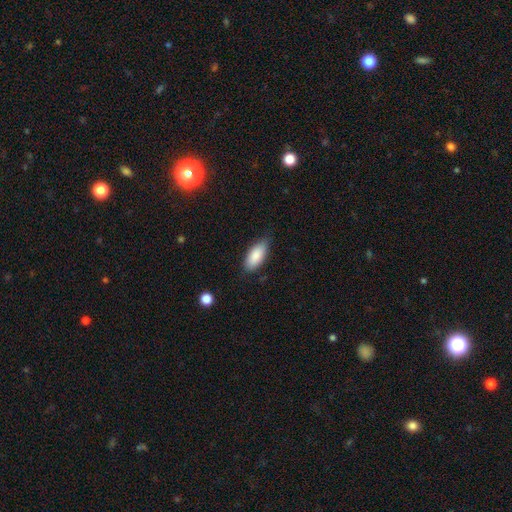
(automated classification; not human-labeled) Smooth or featured? smooth (87%)
How rounded? in between (87%)
Merging? none (77%)